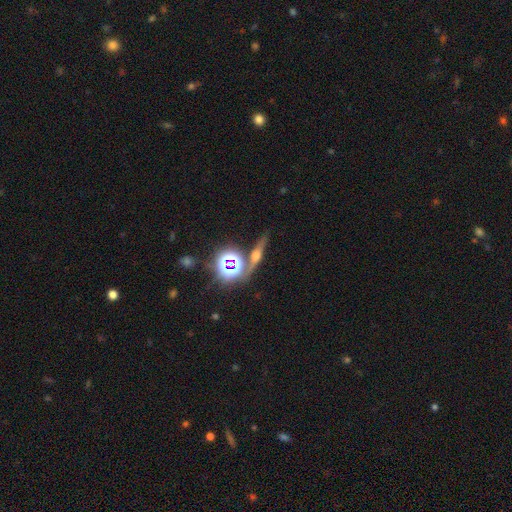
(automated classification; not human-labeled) A featured or disk galaxy (42%).

Vote fractions:
- Smooth or featured? featured or disk: 42% / star or artifact: 31% / smooth: 27%
- Merging? none: 72% / minor disturbance: 12% / merger: 10% / major disturbance: 6%